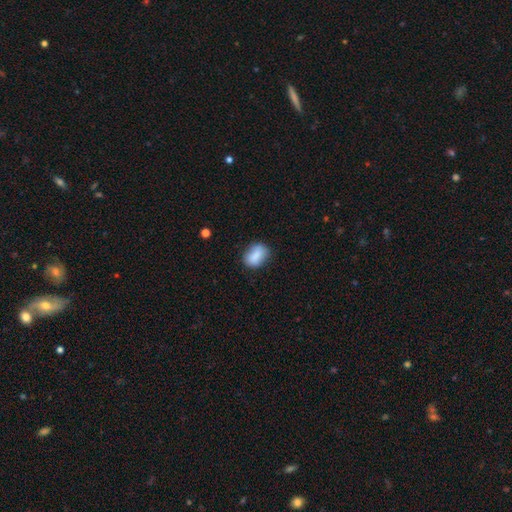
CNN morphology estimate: type=smooth (85%); roundness=in between (71%); merging=none (74%).